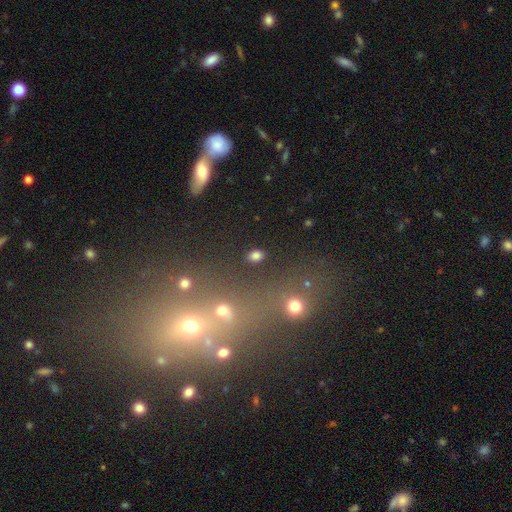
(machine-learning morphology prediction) smooth 81%, star or artifact 13%, featured or disk 6%. Down the decision tree: how rounded — in between (75%); merging — none (88%).